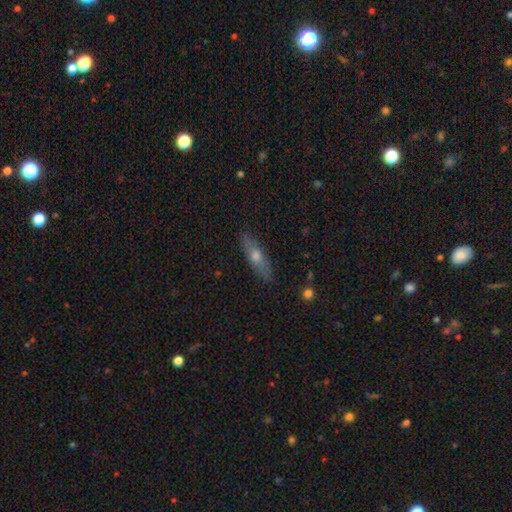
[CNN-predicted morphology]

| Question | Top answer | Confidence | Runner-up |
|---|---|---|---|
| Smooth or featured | smooth | 51% | featured or disk (42%) |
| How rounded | cigar-shaped | 55% | in between (42%) |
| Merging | none | 87% | minor disturbance (10%) |